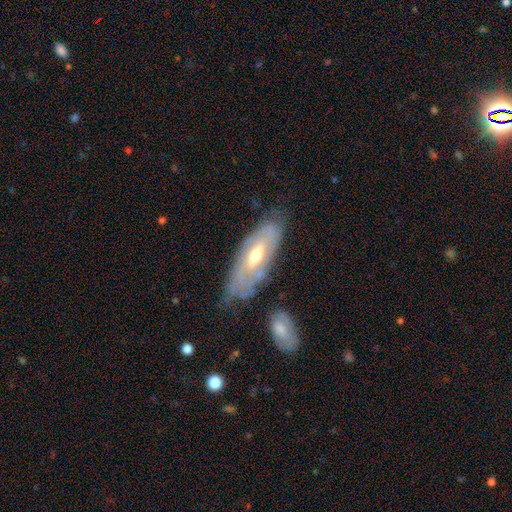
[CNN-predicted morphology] This is likely a featured or disk galaxy (70%). It is likely not viewed edge-on (79%). Bar: marginally no (41%). Spiral arm pattern: likely yes (63%). Central bulge: likely moderate (65%). Merging: likely none (61%).